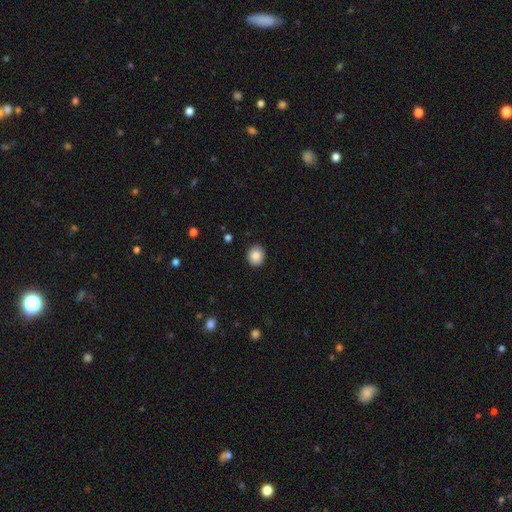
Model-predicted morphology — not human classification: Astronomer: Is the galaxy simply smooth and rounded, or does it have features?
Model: smooth — 87%.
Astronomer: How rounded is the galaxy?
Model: round — 76%.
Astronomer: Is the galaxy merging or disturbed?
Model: none — 91%.